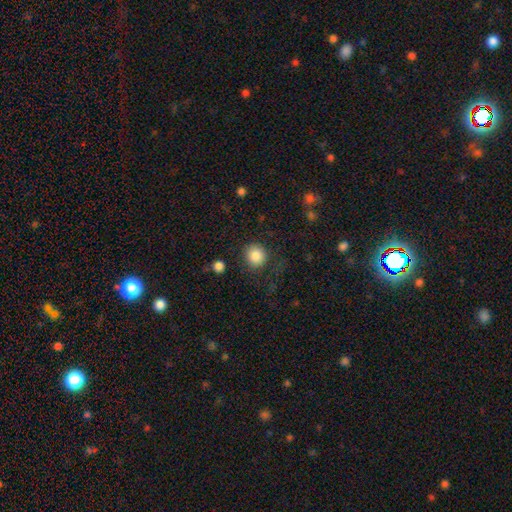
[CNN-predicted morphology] smooth_or_featured: smooth (p=0.86) [alt: star or artifact p=0.09]
how_rounded: round (p=0.90) [alt: in between p=0.09]
merging: none (p=0.81) [alt: minor disturbance p=0.11]